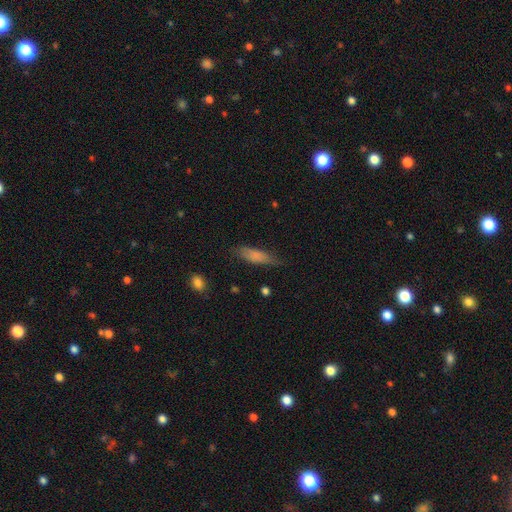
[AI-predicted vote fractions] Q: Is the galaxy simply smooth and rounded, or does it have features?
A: smooth — 79%.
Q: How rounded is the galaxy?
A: cigar-shaped — 51%.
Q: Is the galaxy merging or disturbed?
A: none — 70%.